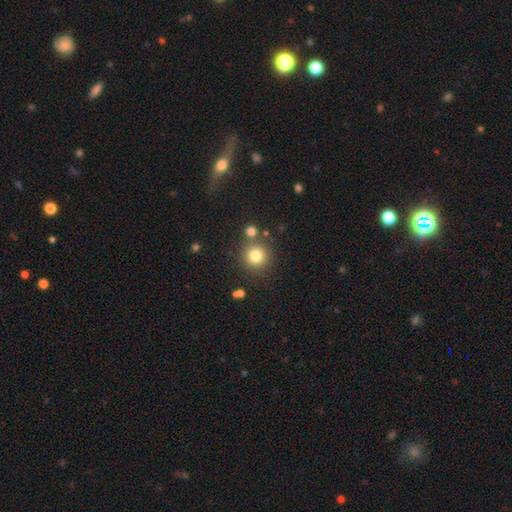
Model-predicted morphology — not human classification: This is clearly a smooth galaxy (81%). How rounded: clearly round (94%). Merging: likely none (80%).